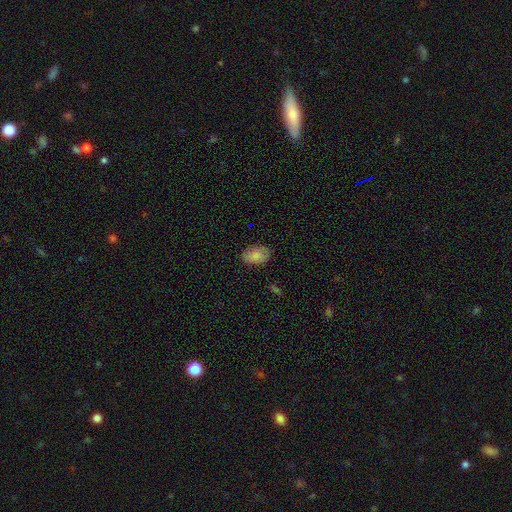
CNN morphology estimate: A smooth galaxy with no disk features (85%) that is in between round and cigar-shaped (88%).

Vote fractions:
- Smooth or featured? smooth: 85% / featured or disk: 8% / star or artifact: 7%
- How rounded? in between: 88% / round: 11% / cigar-shaped: 1%
- Merging? none: 84% / minor disturbance: 12% / major disturbance: 3% / merger: 1%